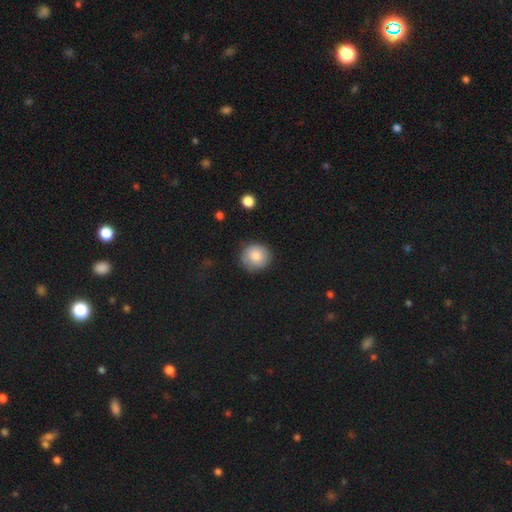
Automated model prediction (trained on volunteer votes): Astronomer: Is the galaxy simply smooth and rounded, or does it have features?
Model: smooth — 82%.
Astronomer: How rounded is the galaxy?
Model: round — 90%.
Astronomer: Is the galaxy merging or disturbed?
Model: none — 82%.